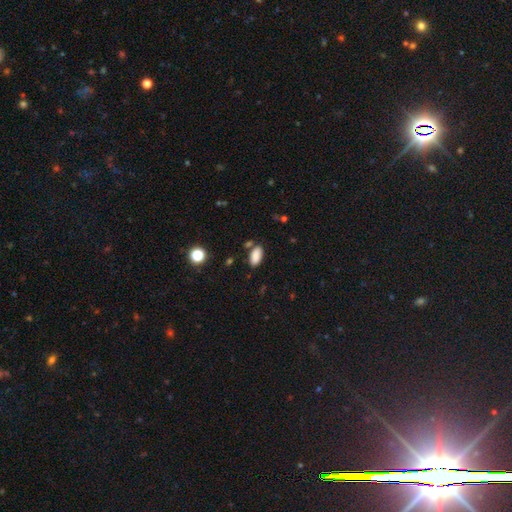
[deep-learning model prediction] A smooth galaxy with no disk features (87%) that is in between round and cigar-shaped (91%).

Vote fractions:
- Smooth or featured? smooth: 87% / star or artifact: 9% / featured or disk: 4%
- How rounded? in between: 91% / cigar-shaped: 6% / round: 3%
- Merging? none: 78% / minor disturbance: 13% / merger: 6% / major disturbance: 3%